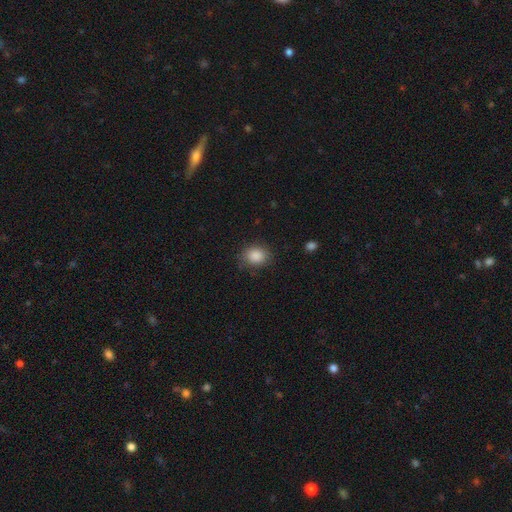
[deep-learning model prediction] This appears to be a smooth galaxy with no disk features (87%) that is round (52%). Merging: none (80%).